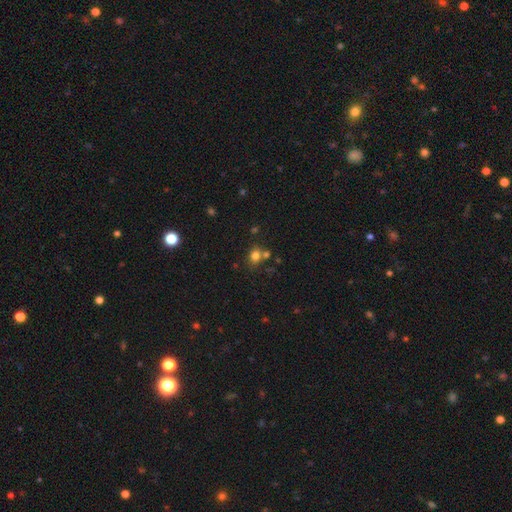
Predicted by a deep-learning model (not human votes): A smooth galaxy with no disk features (76%) that is round (62%).

Vote fractions:
- Smooth or featured? smooth: 76% / star or artifact: 16% / featured or disk: 8%
- How rounded? round: 62% / in between: 37% / cigar-shaped: 1%
- Merging? none: 61% / merger: 23% / minor disturbance: 12% / major disturbance: 4%